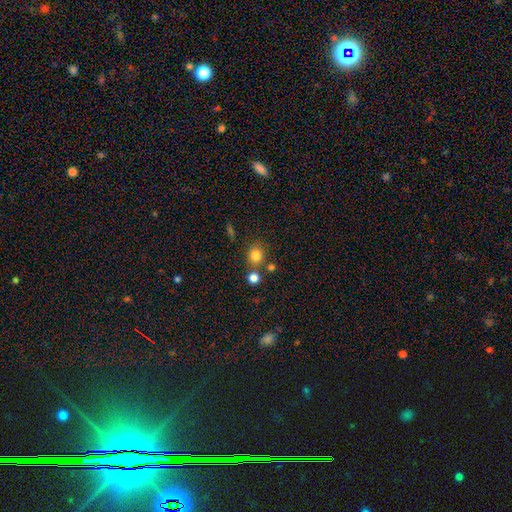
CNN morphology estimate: Overall: smooth (81%). How rounded: round (81%). Merging: none (70%).